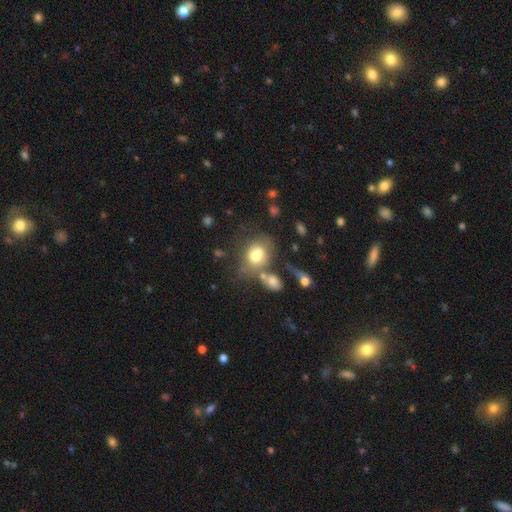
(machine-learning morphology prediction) This appears to be a smooth galaxy with no disk features (66%) that is round (50%). Merging: none (36%).